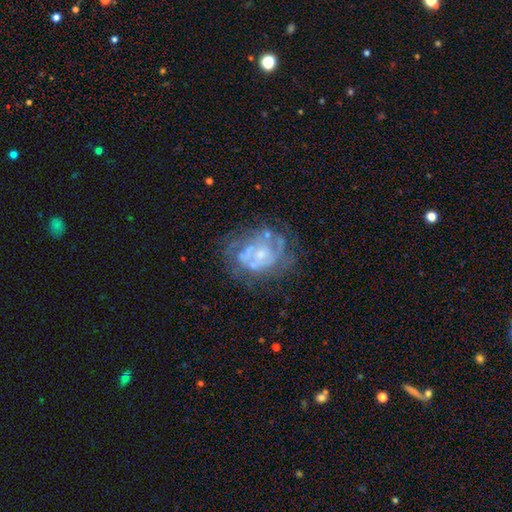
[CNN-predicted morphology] smooth_or_featured: featured or disk (p=0.73) [alt: star or artifact p=0.14]
disk_edge_on: no (p=0.97) [alt: yes p=0.03]
bar: no (p=0.71) [alt: weak p=0.22]
has_spiral_arms: yes (p=0.73) [alt: no p=0.27]
spiral_winding: tight (p=0.60) [alt: medium p=0.29]
spiral_arm_count: can't tell (p=0.49) [alt: 2 p=0.20]
bulge_size: small (p=0.61) [alt: moderate p=0.25]
merging: none (p=0.67) [alt: minor disturbance p=0.17]